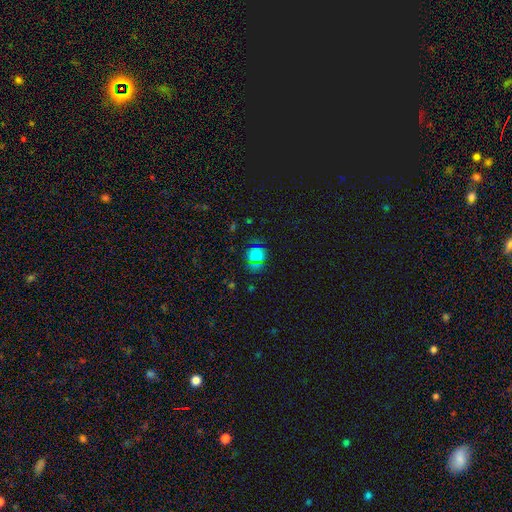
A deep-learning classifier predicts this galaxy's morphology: type=smooth (61%); roundness=round (78%); merging=none (74%).